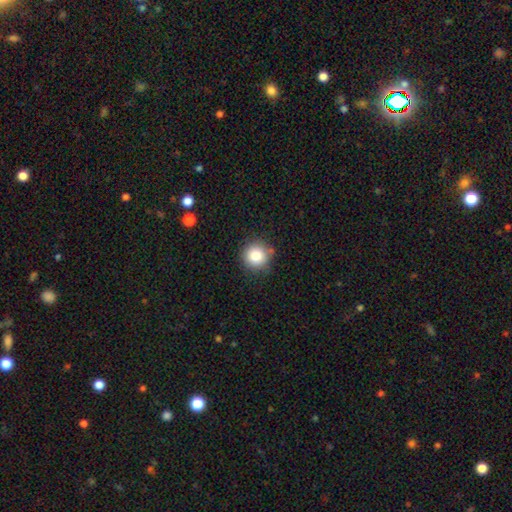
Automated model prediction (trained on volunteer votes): smooth_or_featured: smooth (p=0.81) [alt: star or artifact p=0.11]
how_rounded: round (p=0.94) [alt: in between p=0.05]
merging: none (p=0.83) [alt: minor disturbance p=0.11]